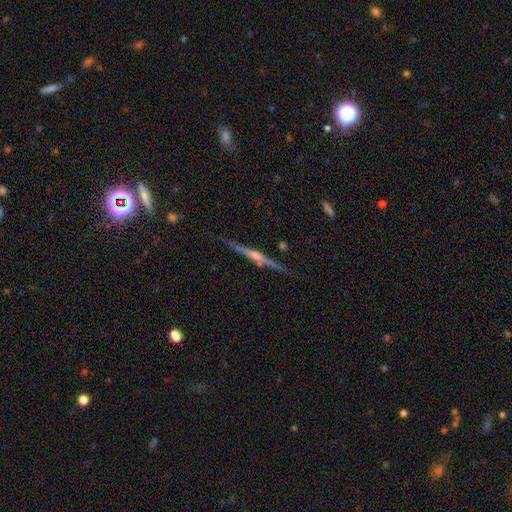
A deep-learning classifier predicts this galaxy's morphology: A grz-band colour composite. It shows a featured or disk galaxy (81%) viewed edge-on (98%) with a rounded central bulge (71%). Merging: none (85%).